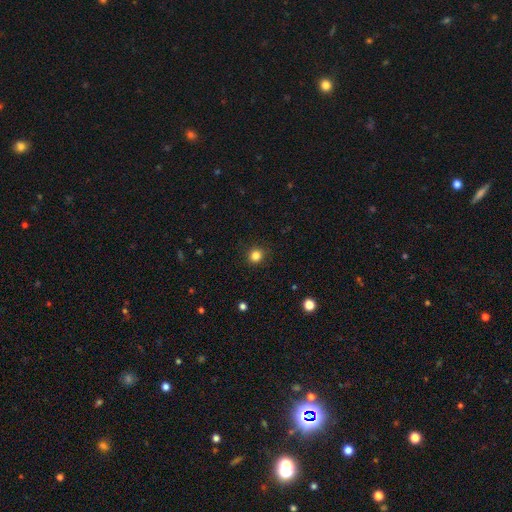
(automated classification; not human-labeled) Smooth or featured: smooth — 83% (star or artifact — 13%)
How rounded: round — 86% (in between — 13%)
Merging: none — 90% (minor disturbance — 7%)